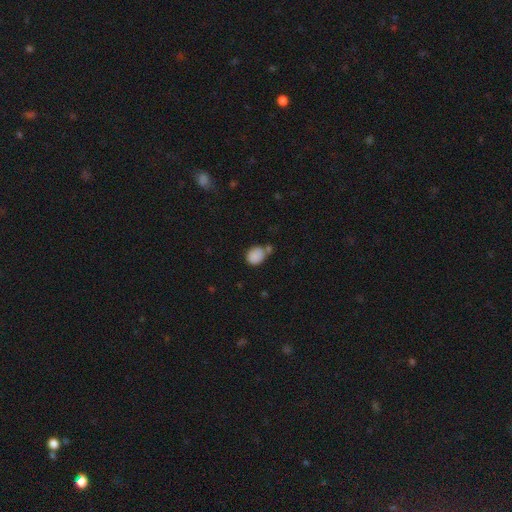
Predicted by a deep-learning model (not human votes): Morphology: type=smooth (85%); roundness=round (57%); merging=none (51%).